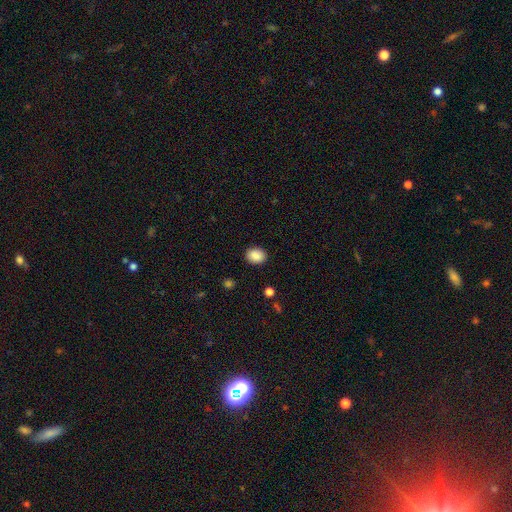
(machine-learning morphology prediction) smooth-or-featured: smooth: 88% | star or artifact: 8% | featured or disk: 4%
  how-rounded: in between: 54% | round: 45% | cigar-shaped: 1%
  merging: none: 89% | minor disturbance: 8% | major disturbance: 2% | merger: 1%